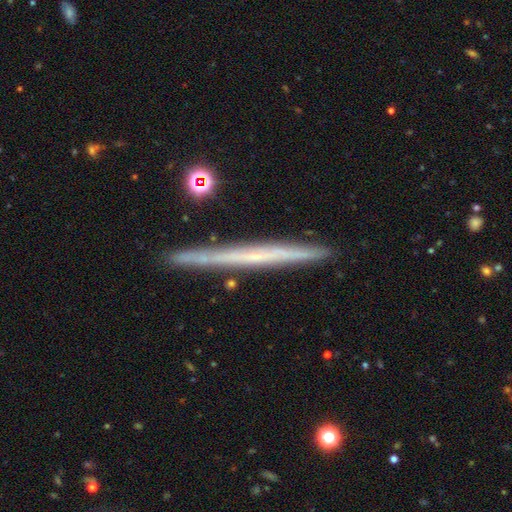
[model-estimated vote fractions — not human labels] A featured or disk galaxy (58%) viewed edge-on (97%) with no central bulge (88%). Merging: none (89%).